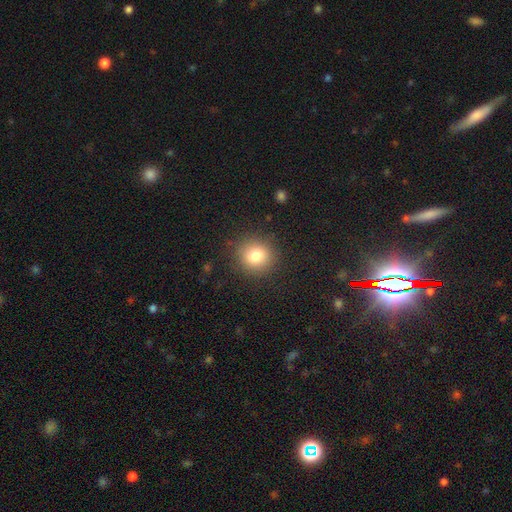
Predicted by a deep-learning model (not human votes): A smooth galaxy with no disk features (80%) that is round (90%). Merging: none (89%).